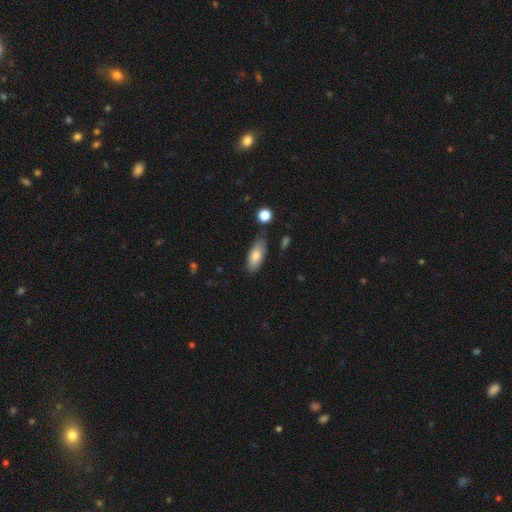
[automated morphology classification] Smooth or featured: smooth — 79% (featured or disk — 15%)
How rounded: in between — 81% (cigar-shaped — 17%)
Merging: none — 76% (minor disturbance — 17%)